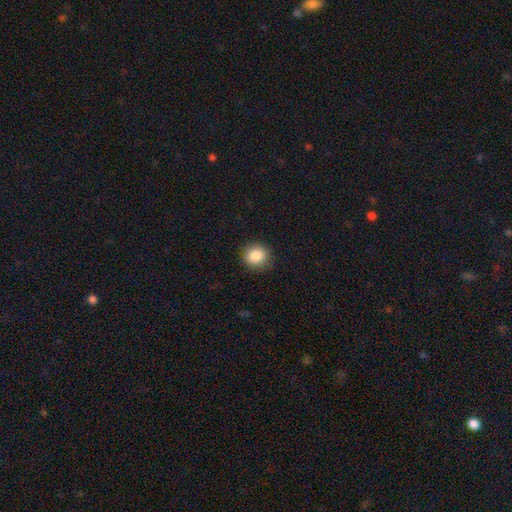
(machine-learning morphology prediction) Overall: smooth (86%). How rounded: round (82%). Merging: none (87%).